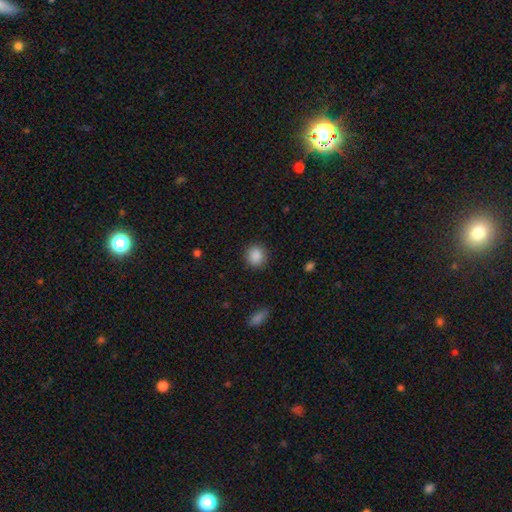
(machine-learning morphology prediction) A smooth galaxy with no disk features (88%) that is round (86%). Merging: none (89%).